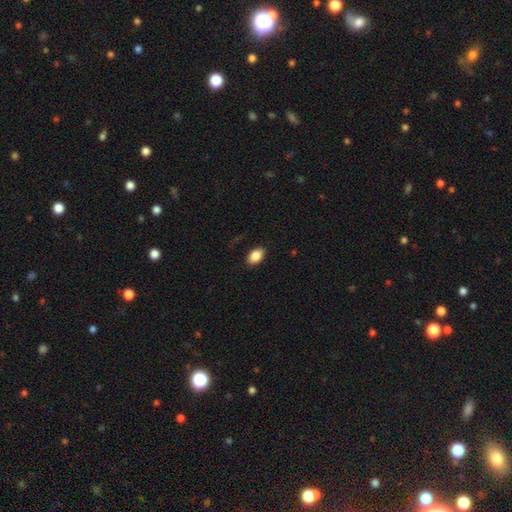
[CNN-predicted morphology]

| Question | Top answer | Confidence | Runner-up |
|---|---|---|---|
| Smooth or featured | smooth | 87% | star or artifact (7%) |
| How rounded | in between | 87% | round (11%) |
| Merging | none | 87% | minor disturbance (9%) |